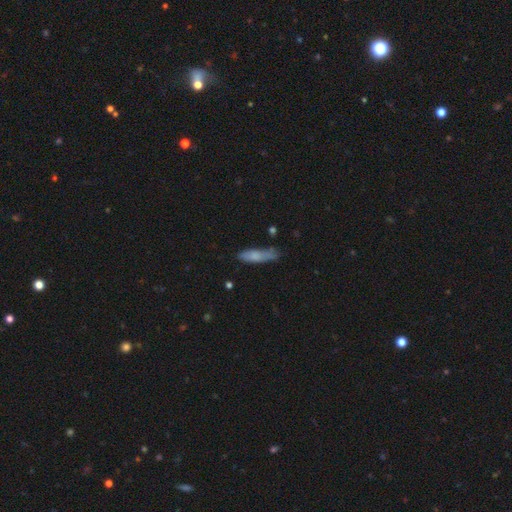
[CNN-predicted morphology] This is likely a smooth galaxy (76%). How rounded: likely cigar-shaped (72%). Merging: likely none (65%).